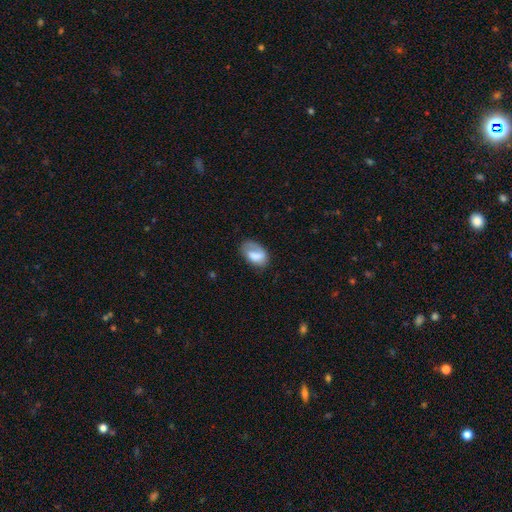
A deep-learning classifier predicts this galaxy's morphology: type=smooth (72%); roundness=in between (90%); merging=none (48%).